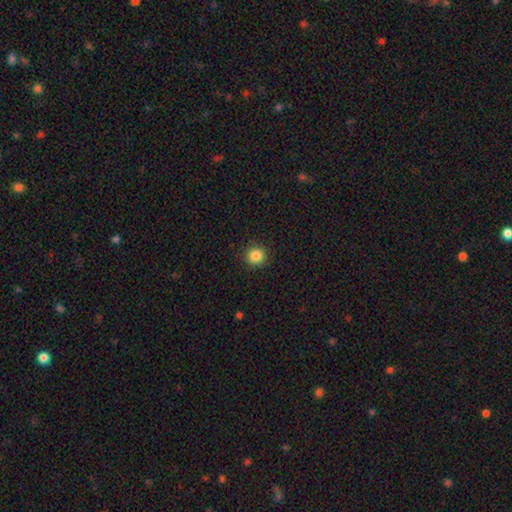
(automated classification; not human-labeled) Smooth or featured? smooth (86%)
How rounded? round (94%)
Merging? none (92%)